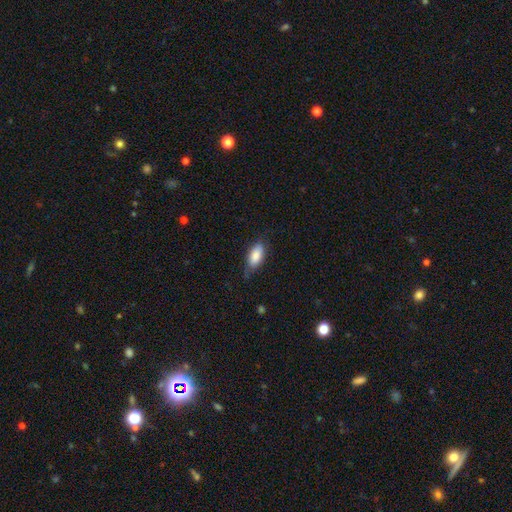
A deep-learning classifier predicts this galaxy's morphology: The model was most divided on "merging": none: 68%, minor disturbance: 25%, major disturbance: 5%, merger: 1%. More confident: how rounded — in between (88%); smooth or featured — smooth (82%).